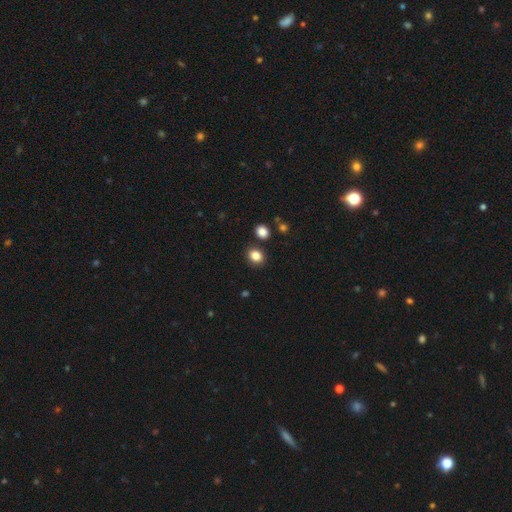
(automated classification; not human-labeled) Smooth or featured?
  - smooth: 85% *
  - star or artifact: 11%
  - featured or disk: 4%
How rounded?
  - round: 58% *
  - in between: 41%
  - cigar-shaped: 1%
Merging?
  - none: 83% *
  - minor disturbance: 9%
  - merger: 6%
  - major disturbance: 2%